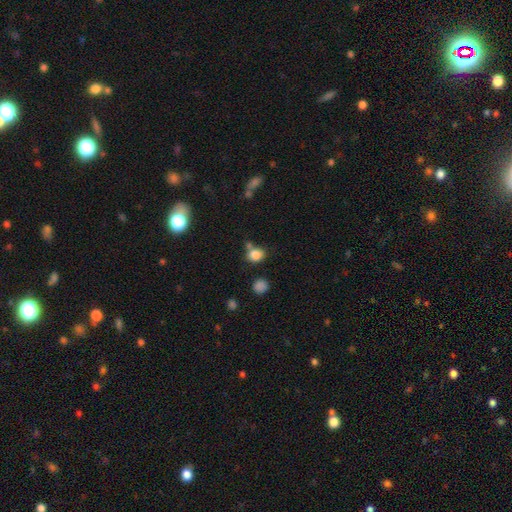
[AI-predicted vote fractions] Smooth or featured? smooth (83%)
How rounded? round (58%)
Merging? none (60%)